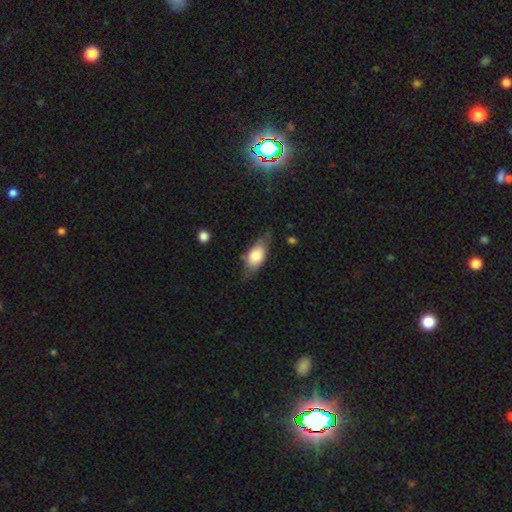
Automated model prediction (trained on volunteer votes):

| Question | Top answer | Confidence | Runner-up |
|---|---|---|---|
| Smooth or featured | smooth | 69% | featured or disk (25%) |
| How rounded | in between | 82% | cigar-shaped (12%) |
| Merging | none | 64% | minor disturbance (26%) |